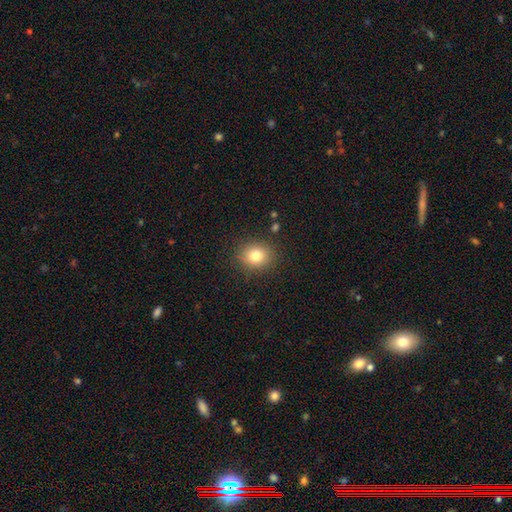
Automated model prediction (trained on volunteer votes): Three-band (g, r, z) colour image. It shows a smooth galaxy with no disk features (80%) that is round (74%). Merging: none (87%).